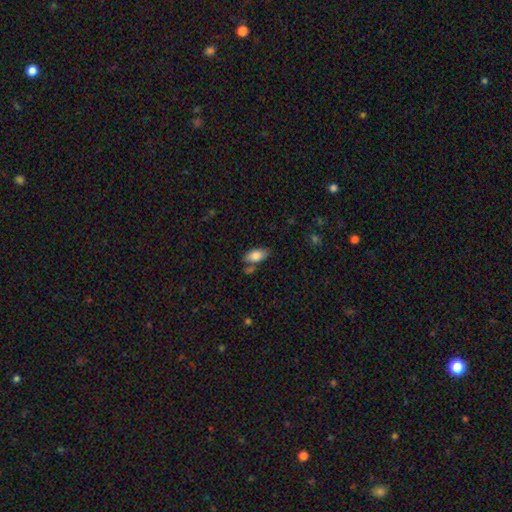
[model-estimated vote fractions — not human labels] The model was most divided on "merging": none: 69%, minor disturbance: 15%, merger: 12%, major disturbance: 4%. More confident: how rounded — in between (92%); smooth or featured — smooth (81%).